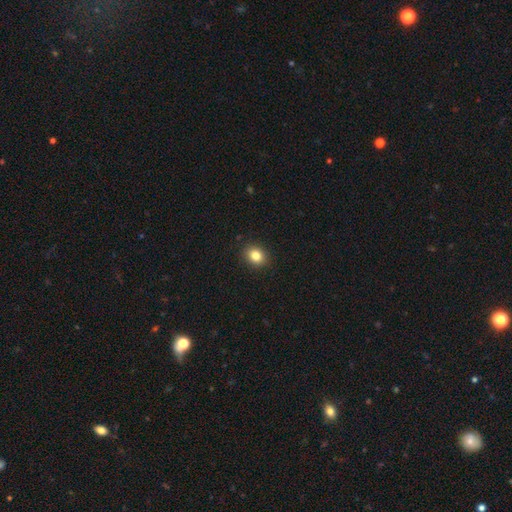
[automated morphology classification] Smooth or featured?
  - smooth: 83% *
  - star or artifact: 11%
  - featured or disk: 6%
How rounded?
  - round: 58% *
  - in between: 41%
  - cigar-shaped: 1%
Merging?
  - none: 91% *
  - minor disturbance: 7%
  - major disturbance: 2%
  - merger: 1%